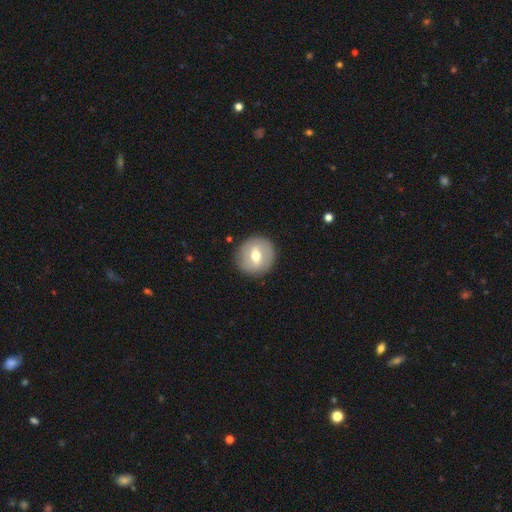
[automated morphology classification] A smooth galaxy with no disk features (51%) that is round (92%).

Vote fractions:
- Smooth or featured? smooth: 51% / featured or disk: 42% / star or artifact: 7%
- How rounded? round: 92% / in between: 7% / cigar-shaped: 1%
- Merging? none: 89% / minor disturbance: 8% / major disturbance: 3% / merger: 1%